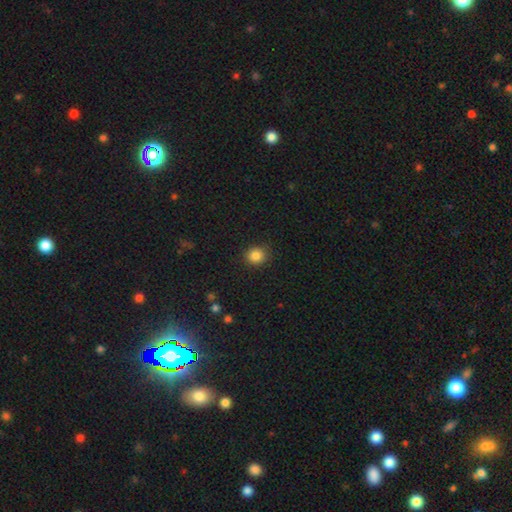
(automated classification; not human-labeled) Smooth or featured? smooth (86%)
How rounded? round (85%)
Merging? none (87%)